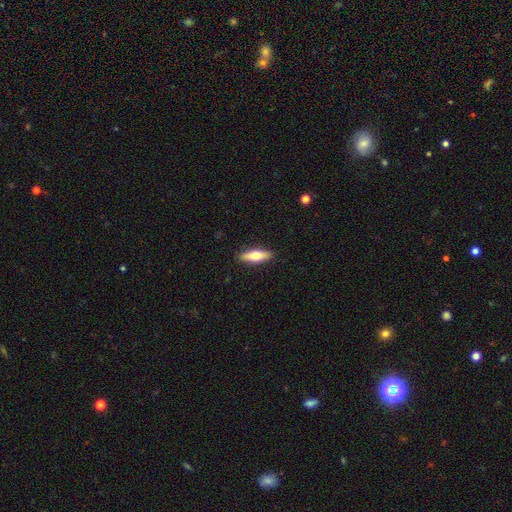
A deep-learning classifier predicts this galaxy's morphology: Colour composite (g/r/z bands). It shows a smooth galaxy with no disk features (54%) that is cigar-shaped (54%). Merging: none (90%).